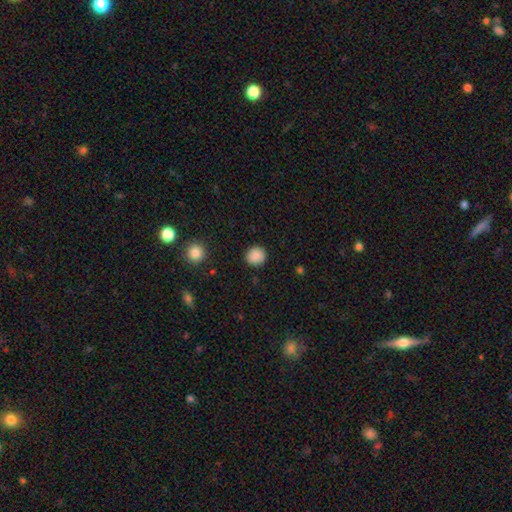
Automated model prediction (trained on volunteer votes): Morphology: type=smooth (87%); roundness=round (90%); merging=none (90%).